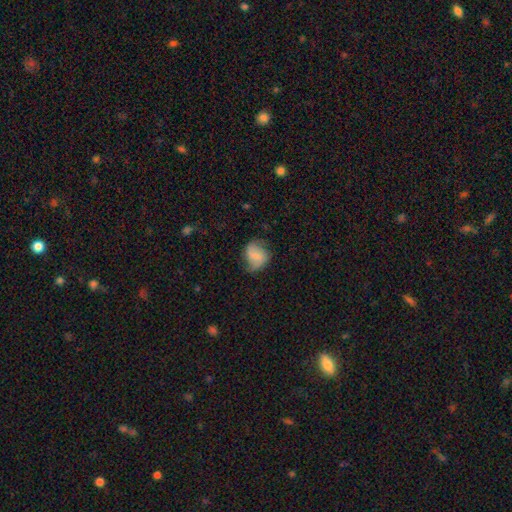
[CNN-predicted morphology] Smooth or featured? Predicted: smooth (p=0.51). How rounded? Predicted: round (p=0.58). Merging? Predicted: none (p=0.57).